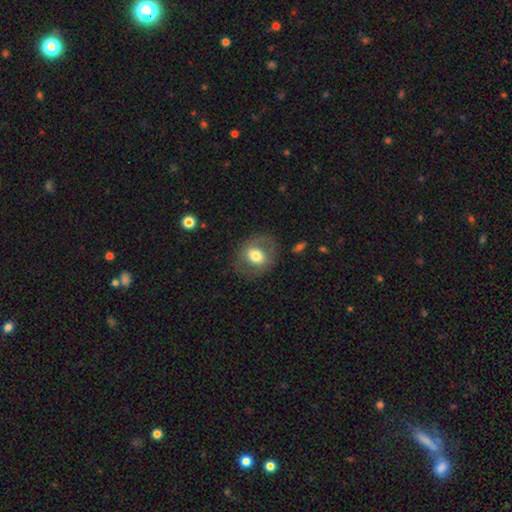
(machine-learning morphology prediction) A smooth galaxy with no disk features (61%) that is round (60%). Merging: none (77%).